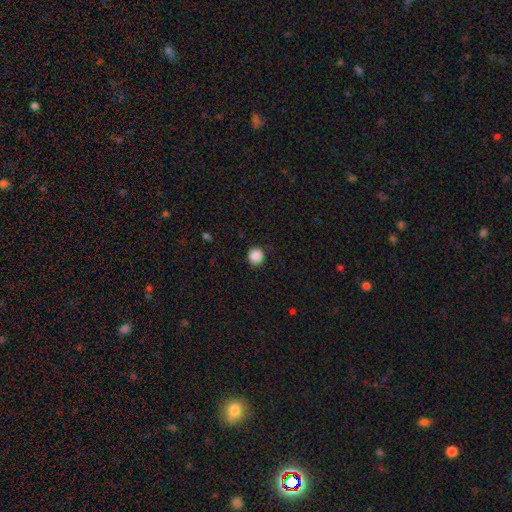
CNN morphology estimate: Q: Smooth or featured?
A: smooth (89%); runner-up: star or artifact (9%)
Q: How rounded?
A: round (94%); runner-up: in between (5%)
Q: Merging?
A: none (90%); runner-up: minor disturbance (7%)